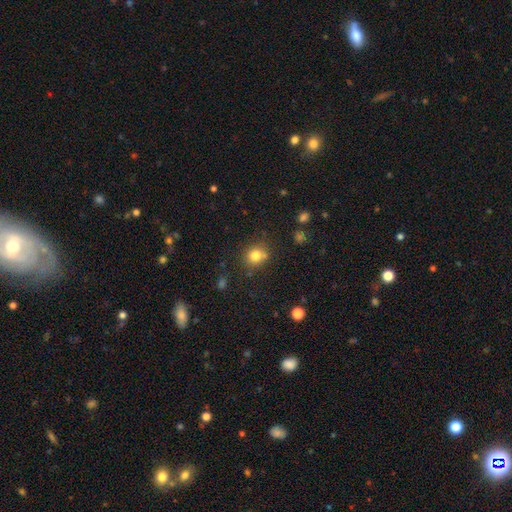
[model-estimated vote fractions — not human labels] The model was most divided on "merging": none: 71%, minor disturbance: 13%, merger: 12%, major disturbance: 4%. More confident: how rounded — round (80%); smooth or featured — smooth (80%).